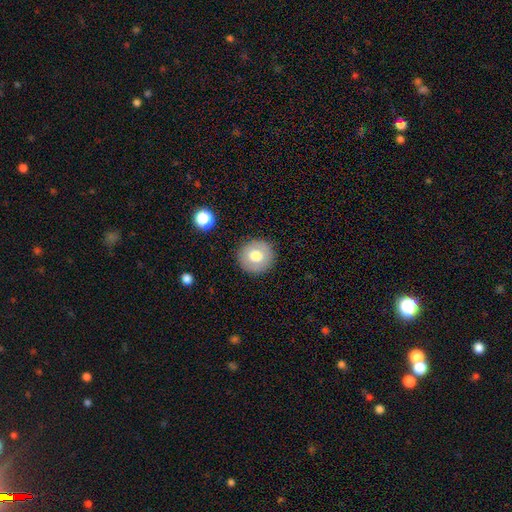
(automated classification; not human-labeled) smooth_or_featured: smooth (p=0.73) [alt: featured or disk p=0.19]
how_rounded: round (p=0.93) [alt: in between p=0.06]
merging: none (p=0.90) [alt: minor disturbance p=0.07]